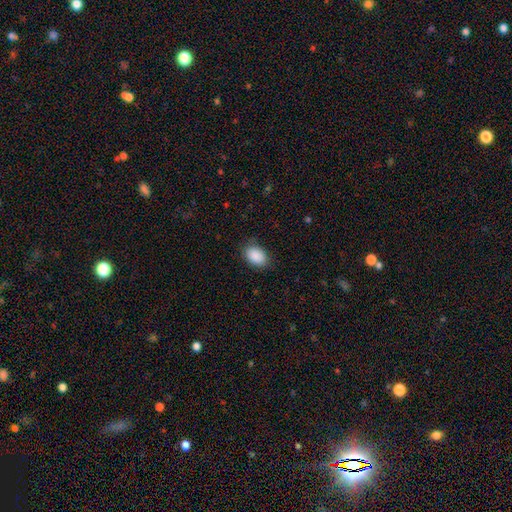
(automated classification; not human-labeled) Smooth or featured: smooth — 90% (star or artifact — 7%)
How rounded: in between — 87% (round — 12%)
Merging: none — 82% (minor disturbance — 14%)